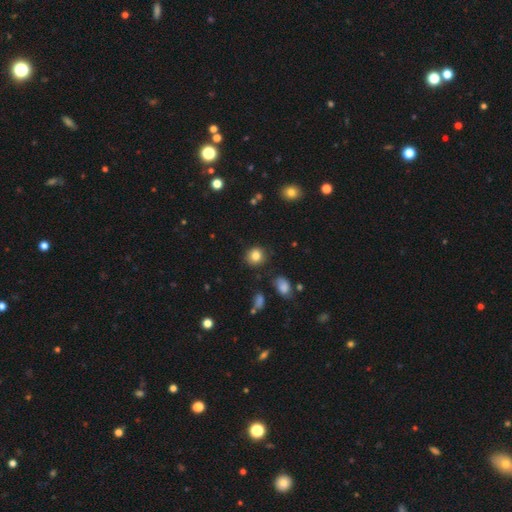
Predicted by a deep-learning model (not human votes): smooth 83%, star or artifact 11%, featured or disk 7%. Down the decision tree: how rounded — round (84%); merging — none (86%).